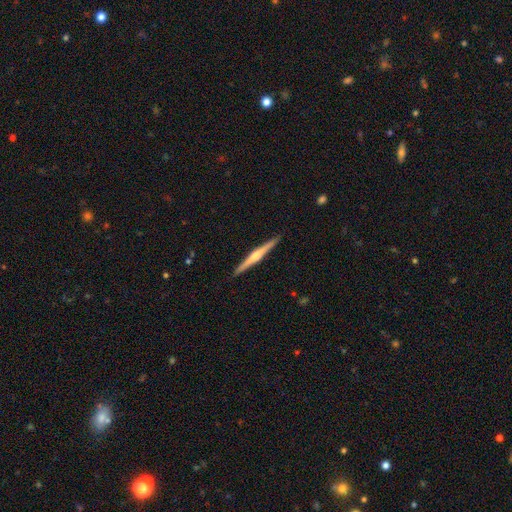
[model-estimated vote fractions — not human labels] Smooth or featured? featured or disk (73%)
Edge-on disk? yes (99%)
Edge-on bulge? rounded (75%)
Merging? none (92%)